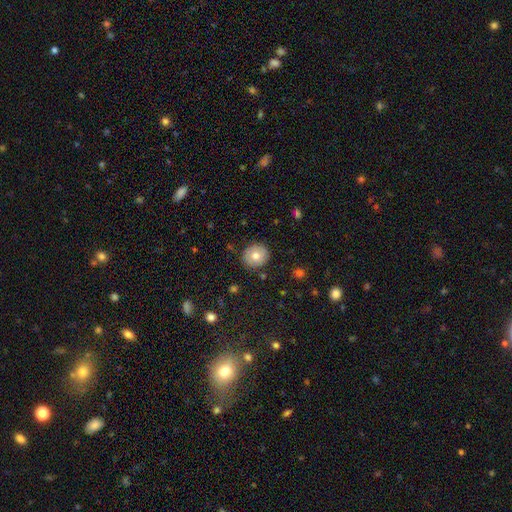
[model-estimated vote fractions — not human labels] A smooth galaxy with no disk features (72%) that is round (84%).

Vote fractions:
- Smooth or featured? smooth: 72% / featured or disk: 19% / star or artifact: 9%
- How rounded? round: 84% / in between: 15% / cigar-shaped: 1%
- Merging? none: 87% / minor disturbance: 9% / major disturbance: 2% / merger: 1%